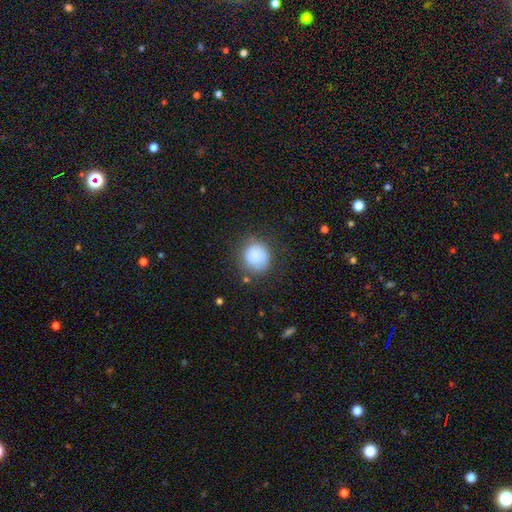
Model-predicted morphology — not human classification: type=smooth (83%); roundness=round (86%); merging=none (67%).